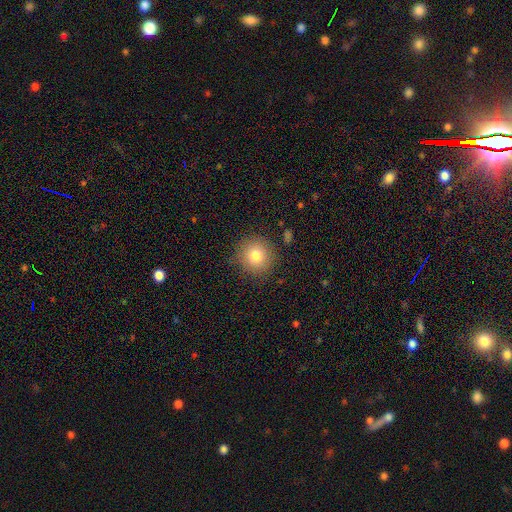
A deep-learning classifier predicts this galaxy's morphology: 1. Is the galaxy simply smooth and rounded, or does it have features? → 79% smooth, 11% star or artifact, 10% featured or disk.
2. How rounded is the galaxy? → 93% round, 6% in between, 1% cigar-shaped.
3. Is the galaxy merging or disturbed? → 87% none, 9% minor disturbance, 3% major disturbance, 1% merger.